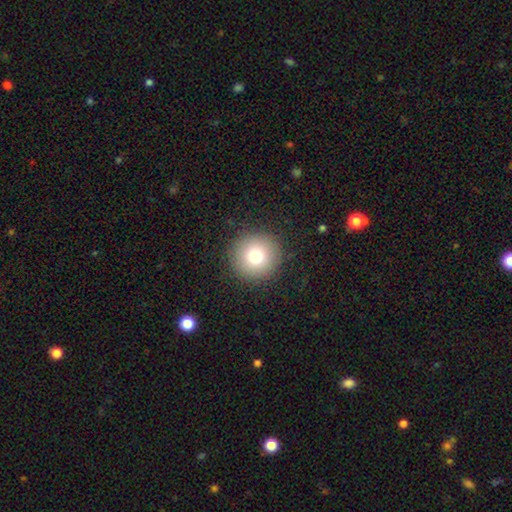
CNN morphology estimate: Smooth or featured?
  - smooth: 77% *
  - star or artifact: 12%
  - featured or disk: 11%
How rounded?
  - round: 96% *
  - in between: 3%
  - cigar-shaped: 1%
Merging?
  - none: 91% *
  - minor disturbance: 6%
  - major disturbance: 2%
  - merger: 1%